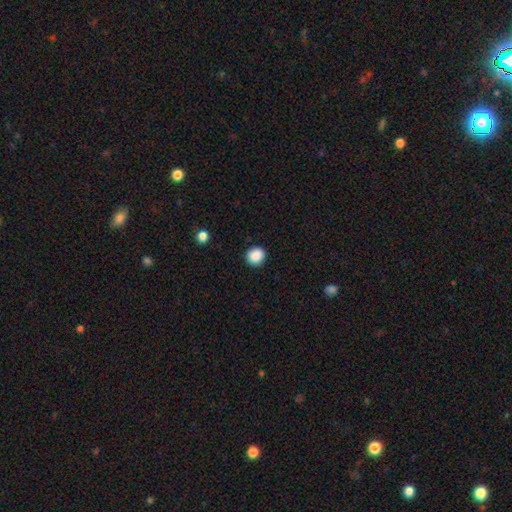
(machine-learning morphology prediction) Smooth or featured? Predicted: smooth (p=0.88). How rounded? Predicted: round (p=0.86). Merging? Predicted: none (p=0.90).